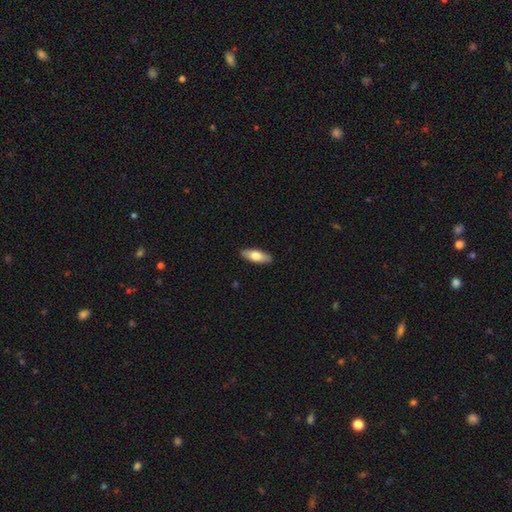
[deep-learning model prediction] smooth-or-featured: smooth: 71% | featured or disk: 24% | star or artifact: 5%
  how-rounded: in between: 70% | cigar-shaped: 28% | round: 2%
  merging: none: 89% | minor disturbance: 8% | major disturbance: 2% | merger: 1%